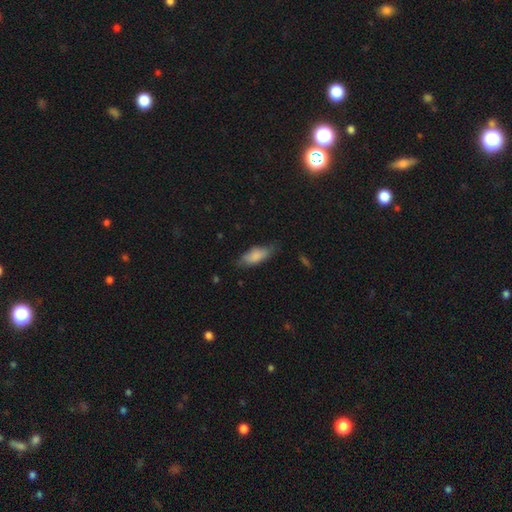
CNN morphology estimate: type=smooth (81%); roundness=in between (78%); merging=none (66%).